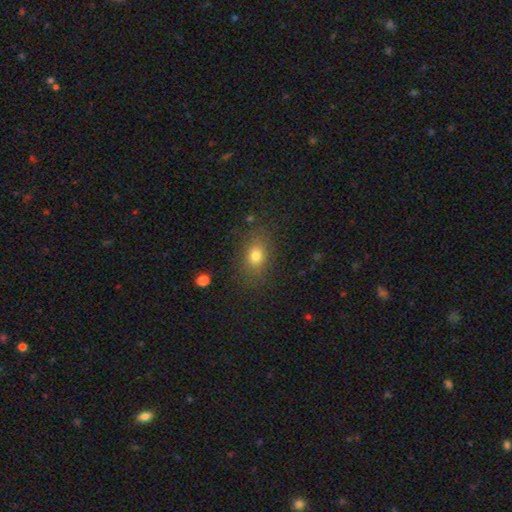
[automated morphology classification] A smooth galaxy with no disk features (77%) that is in between round and cigar-shaped (68%). Merging: none (81%).